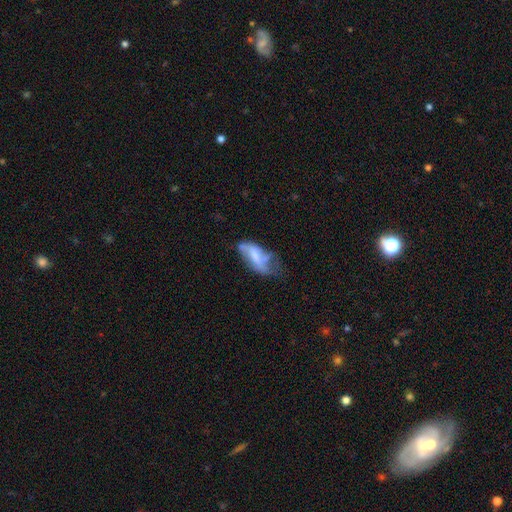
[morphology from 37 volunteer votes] Smooth or featured?
  - smooth: 51% *
  - featured or disk: 43%
  - star or artifact: 5%
How rounded?
  - in between: 100% *
  - round: 0%
  - cigar-shaped: 0%
Merging?
  - major disturbance: 40% *
  - minor disturbance: 31%
  - none: 26%
  - merger: 3%